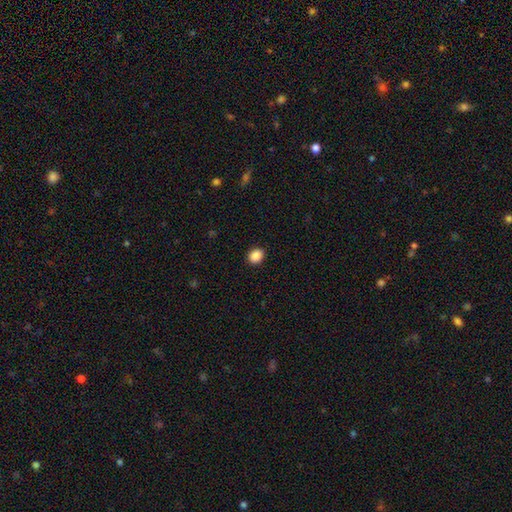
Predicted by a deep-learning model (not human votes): Morphology: type=smooth (89%); roundness=round (52%); merging=none (91%).